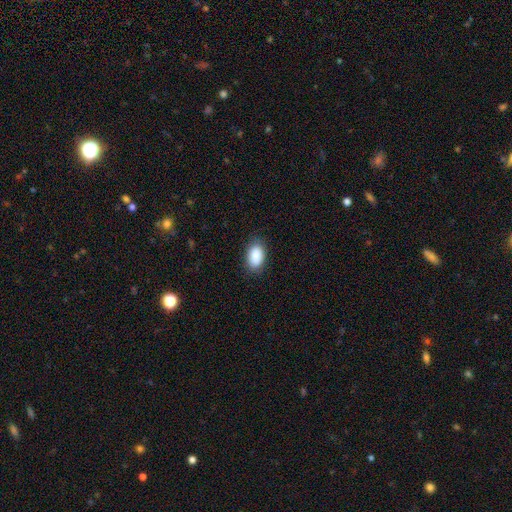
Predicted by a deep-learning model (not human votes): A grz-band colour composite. It shows a smooth galaxy with no disk features (90%) that is in between round and cigar-shaped (91%). Merging: none (85%).